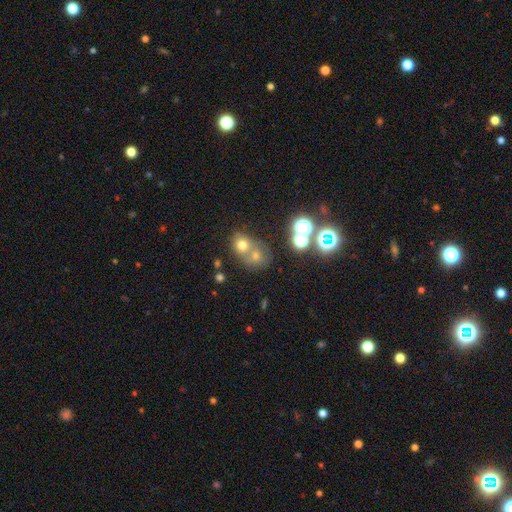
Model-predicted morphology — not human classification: Smooth or featured? Predicted: smooth (p=0.60). How rounded? Predicted: round (p=0.70). Merging? Predicted: merger (p=0.53).